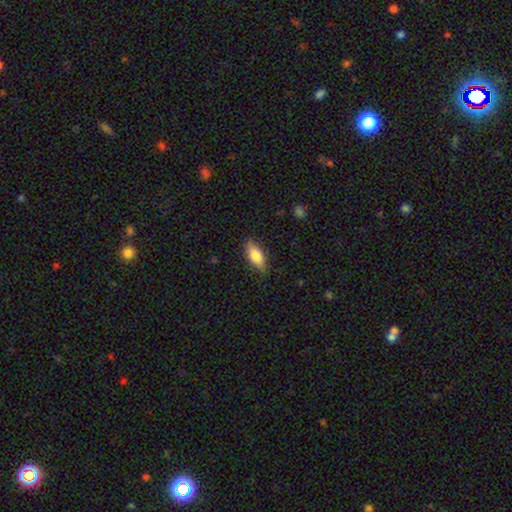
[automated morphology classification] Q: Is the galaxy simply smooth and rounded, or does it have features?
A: smooth — 79%.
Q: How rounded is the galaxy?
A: in between — 81%.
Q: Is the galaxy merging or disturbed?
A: none — 83%.